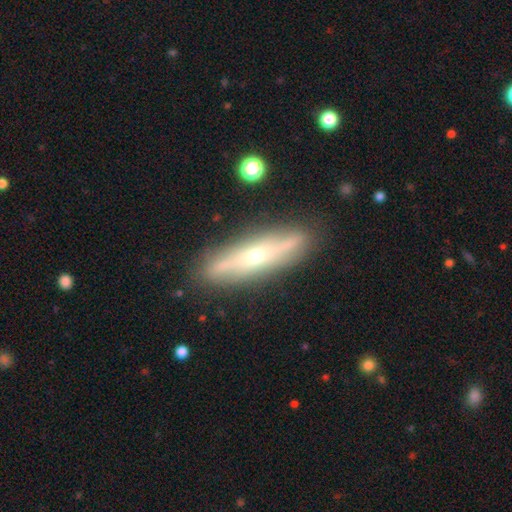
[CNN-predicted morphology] Smooth or featured? featured or disk (66%)
Edge-on disk? yes (77%)
Edge-on bulge? rounded (84%)
Merging? none (85%)